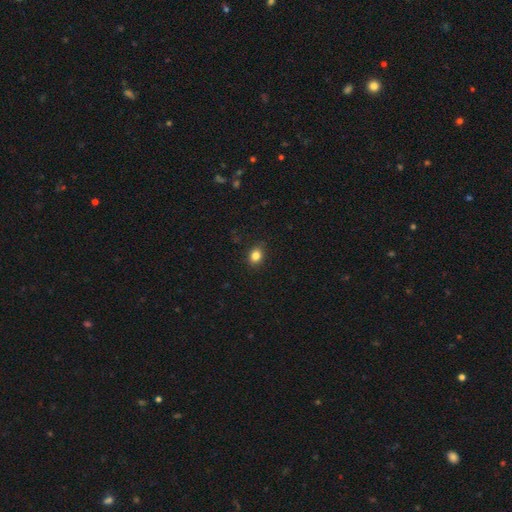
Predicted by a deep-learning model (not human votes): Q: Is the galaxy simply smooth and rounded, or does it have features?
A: smooth — 84%.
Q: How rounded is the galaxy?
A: round — 52%.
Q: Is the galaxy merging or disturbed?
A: none — 86%.